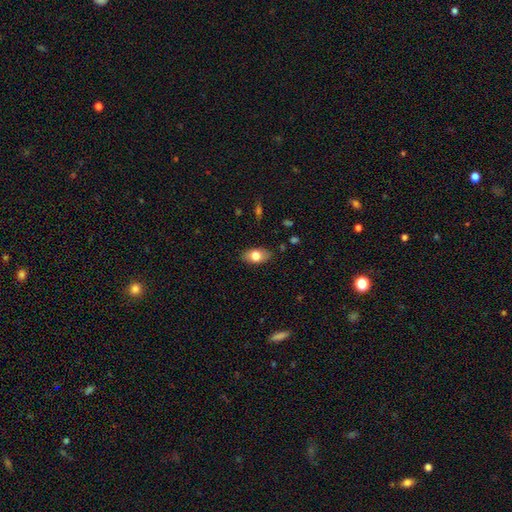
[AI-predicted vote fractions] Smooth or featured: smooth — 77% (featured or disk — 16%)
How rounded: in between — 89% (round — 9%)
Merging: none — 84% (minor disturbance — 12%)